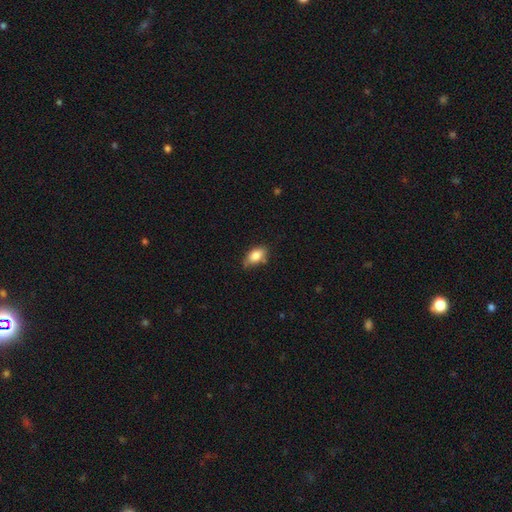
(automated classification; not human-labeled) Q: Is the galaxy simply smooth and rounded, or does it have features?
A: smooth — 82%.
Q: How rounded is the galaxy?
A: in between — 89%.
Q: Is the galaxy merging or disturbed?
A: none — 66%.